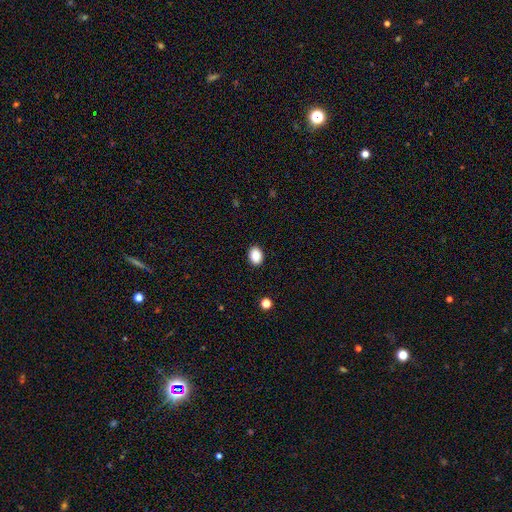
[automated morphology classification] A smooth galaxy with no disk features (89%) that is in between round and cigar-shaped (68%).

Vote fractions:
- Smooth or featured? smooth: 89% / star or artifact: 9% / featured or disk: 2%
- How rounded? in between: 68% / round: 31% / cigar-shaped: 1%
- Merging? none: 90% / minor disturbance: 7% / major disturbance: 2% / merger: 1%